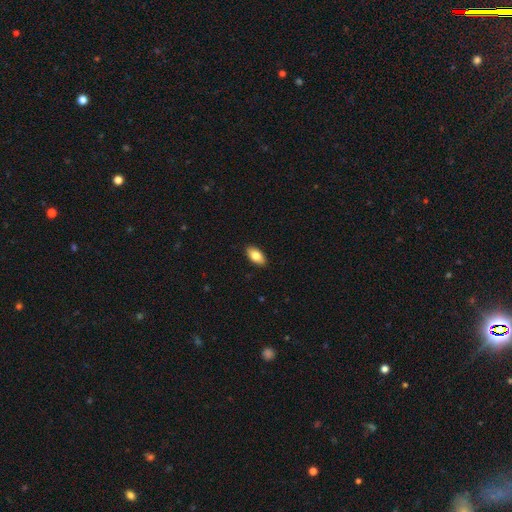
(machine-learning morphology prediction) Smooth or featured: smooth — 81% (featured or disk — 13%)
How rounded: in between — 92% (cigar-shaped — 5%)
Merging: none — 90% (minor disturbance — 8%)